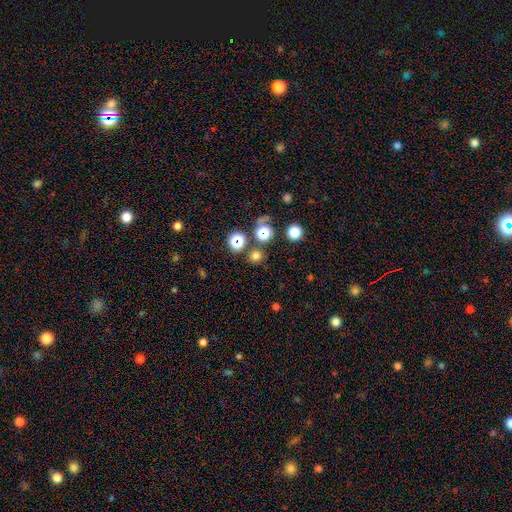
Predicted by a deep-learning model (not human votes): Smooth or featured? Predicted: smooth (p=0.70). How rounded? Predicted: round (p=0.92). Merging? Predicted: none (p=0.81).